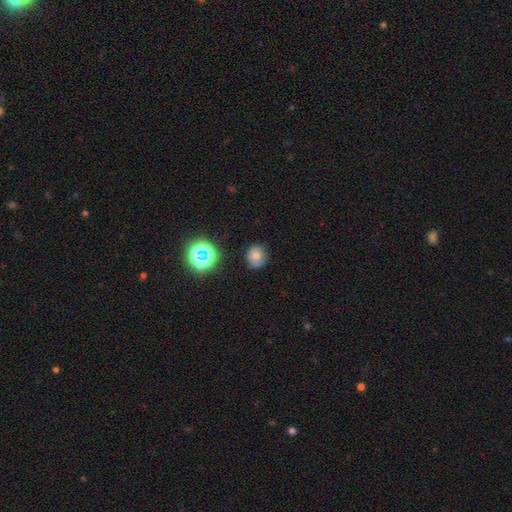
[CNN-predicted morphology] Overall: smooth (64%). How rounded: round (79%). Merging: none (73%).